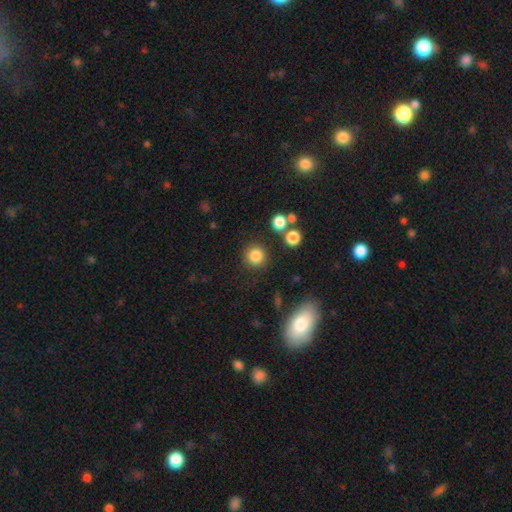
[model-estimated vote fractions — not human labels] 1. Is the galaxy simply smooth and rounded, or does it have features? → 84% smooth, 11% star or artifact, 5% featured or disk.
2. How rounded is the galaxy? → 92% round, 7% in between, 1% cigar-shaped.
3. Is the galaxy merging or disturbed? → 86% none, 7% minor disturbance, 4% merger, 3% major disturbance.